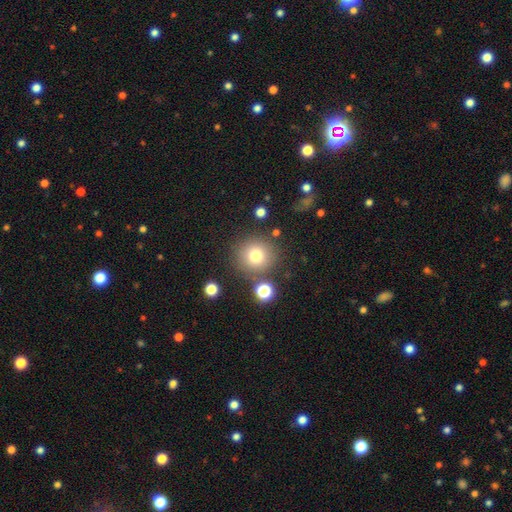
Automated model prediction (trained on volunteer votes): smooth-or-featured: smooth: 77% | star or artifact: 13% | featured or disk: 10%
  how-rounded: round: 94% | in between: 6% | cigar-shaped: 1%
  merging: none: 81% | minor disturbance: 9% | merger: 6% | major disturbance: 4%